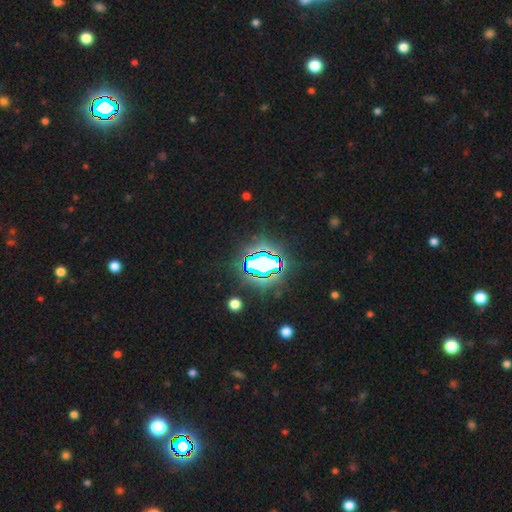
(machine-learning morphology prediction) A star or artifact, not a galaxy (73%).